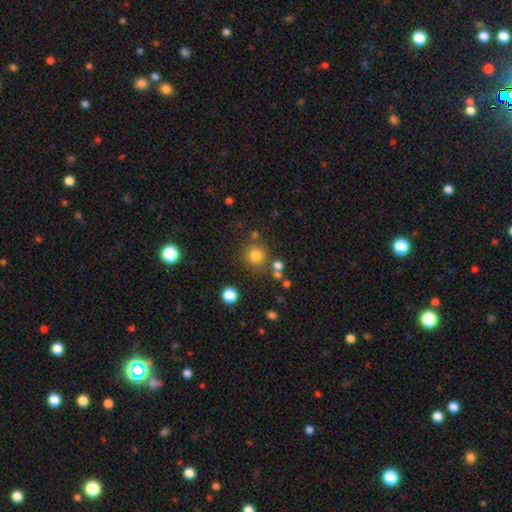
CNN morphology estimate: This appears to be a smooth galaxy with no disk features (79%) that is round (93%). Merging: none (79%).